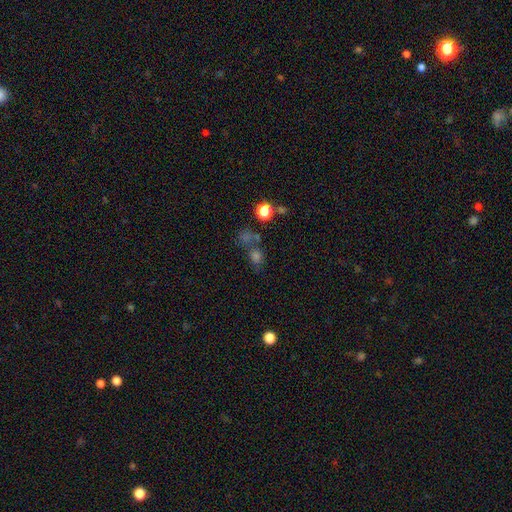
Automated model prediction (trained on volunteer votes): Smooth or featured: smooth — 54% (star or artifact — 33%)
How rounded: round — 68% (in between — 29%)
Merging: none — 49% (merger — 33%)